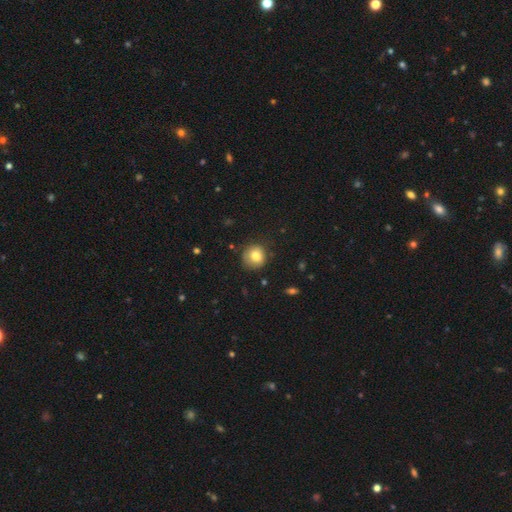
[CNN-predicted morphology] smooth_or_featured: smooth (p=0.80) [alt: featured or disk p=0.11]
how_rounded: round (p=0.87) [alt: in between p=0.12]
merging: none (p=0.78) [alt: minor disturbance p=0.16]